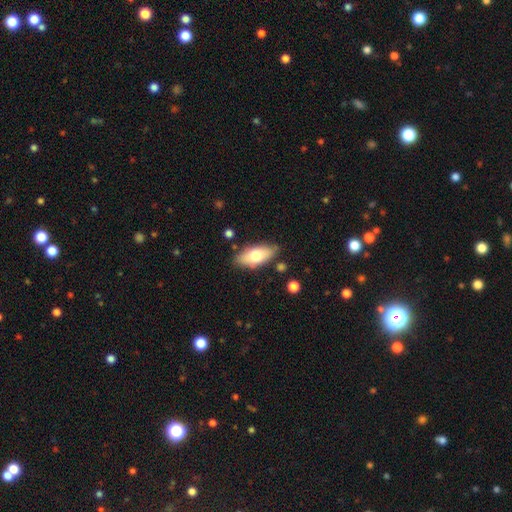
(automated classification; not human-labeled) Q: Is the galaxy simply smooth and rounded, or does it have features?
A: smooth — 68%.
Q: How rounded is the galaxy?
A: in between — 85%.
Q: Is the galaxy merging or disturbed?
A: none — 80%.